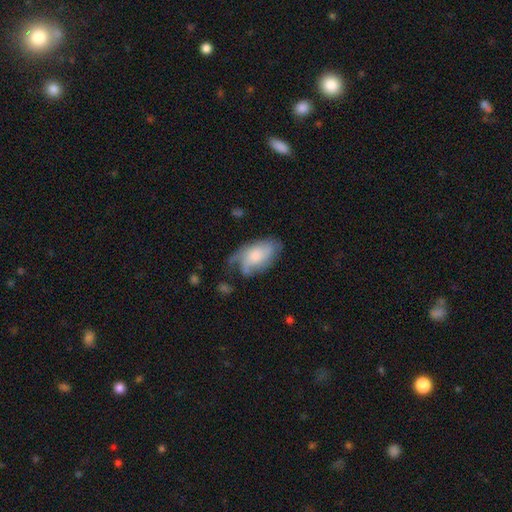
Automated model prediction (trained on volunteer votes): Smooth or featured? smooth (49%)
Merging? none (42%)